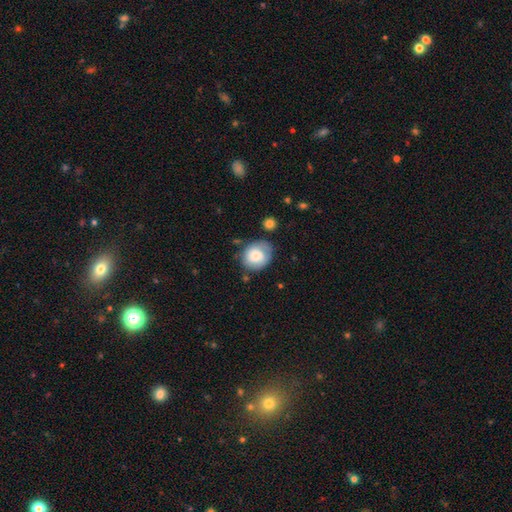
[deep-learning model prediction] Overall: smooth (70%). How rounded: round (65%; in between 34%). Merging: none (62%; minor disturbance 25%).